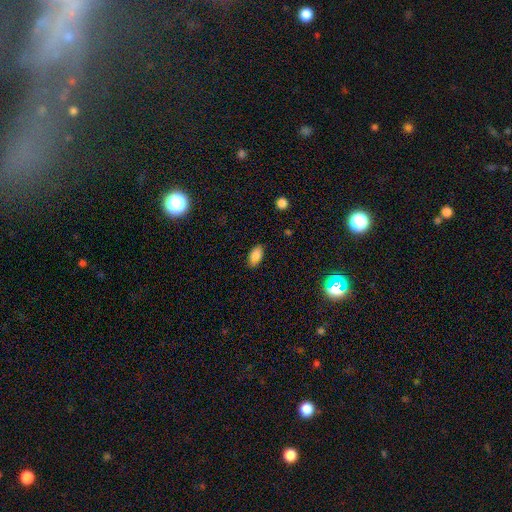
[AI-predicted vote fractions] A smooth galaxy with no disk features (83%) that is in between round and cigar-shaped (92%).

Vote fractions:
- Smooth or featured? smooth: 83% / star or artifact: 10% / featured or disk: 8%
- How rounded? in between: 92% / round: 6% / cigar-shaped: 3%
- Merging? none: 78% / minor disturbance: 16% / major disturbance: 3% / merger: 2%